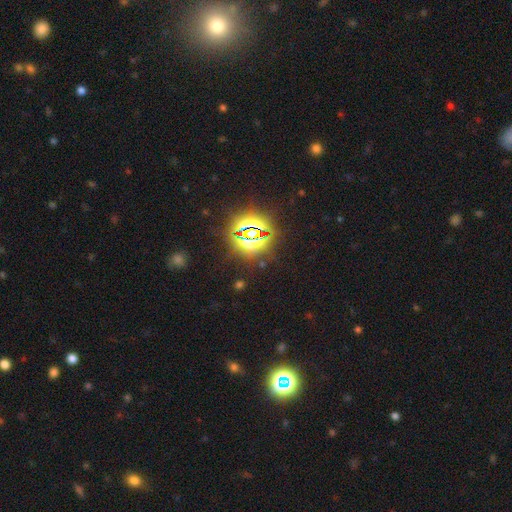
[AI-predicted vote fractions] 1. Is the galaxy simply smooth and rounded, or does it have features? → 81% star or artifact, 13% smooth, 6% featured or disk.